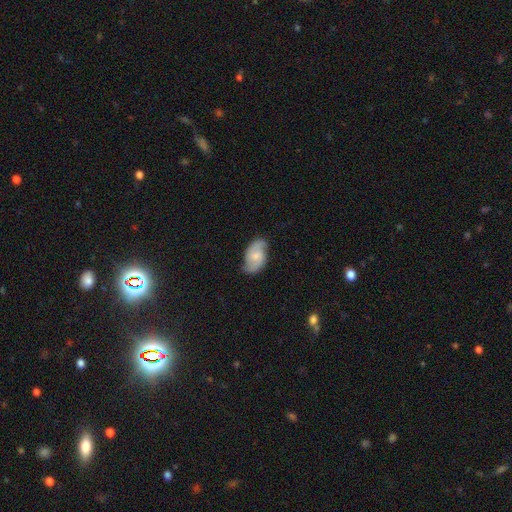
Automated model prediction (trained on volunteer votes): smooth_or_featured: featured or disk (p=0.70) [alt: smooth p=0.24]
disk_edge_on: no (p=0.97) [alt: yes p=0.03]
bar: no (p=0.57) [alt: weak p=0.36]
has_spiral_arms: yes (p=0.94) [alt: no p=0.06]
spiral_winding: medium (p=0.46) [alt: loose p=0.34]
spiral_arm_count: 2 (p=0.90) [alt: can't tell p=0.05]
bulge_size: small (p=0.48) [alt: moderate p=0.35]
merging: none (p=0.76) [alt: minor disturbance p=0.18]